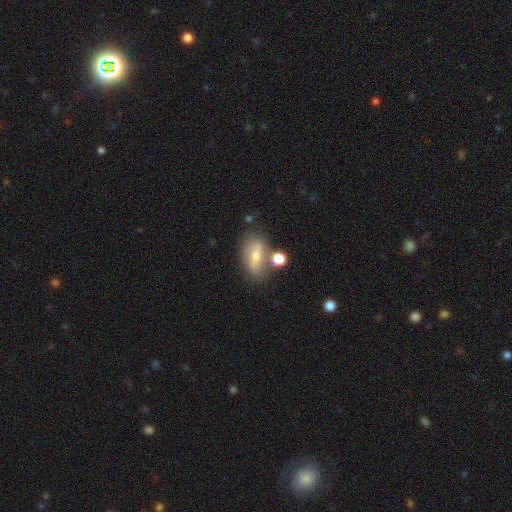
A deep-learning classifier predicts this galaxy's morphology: A smooth galaxy with no disk features (52%) that is in between round and cigar-shaped (81%).

Vote fractions:
- Smooth or featured? smooth: 52% / featured or disk: 39% / star or artifact: 9%
- How rounded? in between: 81% / round: 11% / cigar-shaped: 8%
- Merging? none: 61% / minor disturbance: 17% / merger: 16% / major disturbance: 6%